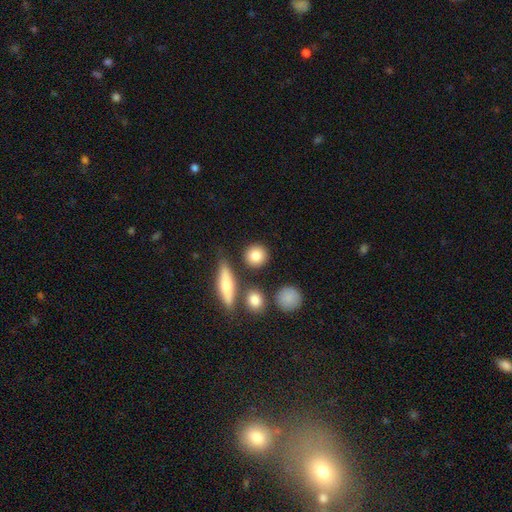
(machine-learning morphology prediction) Smooth or featured?
  - smooth: 82% *
  - featured or disk: 10%
  - star or artifact: 8%
How rounded?
  - round: 84% *
  - in between: 13%
  - cigar-shaped: 3%
Merging?
  - none: 83% *
  - minor disturbance: 9%
  - merger: 6%
  - major disturbance: 3%